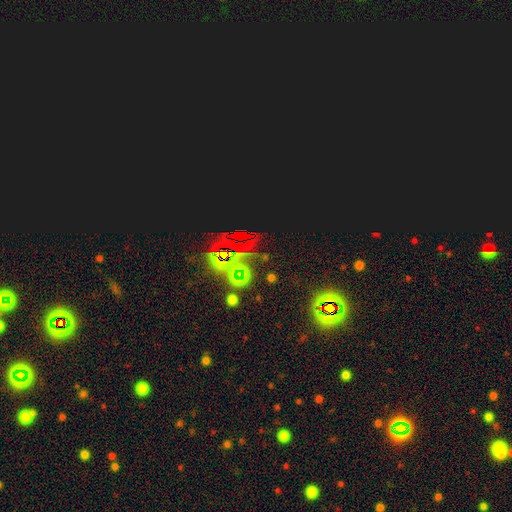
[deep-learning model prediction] A star or artifact, not a galaxy (73%).